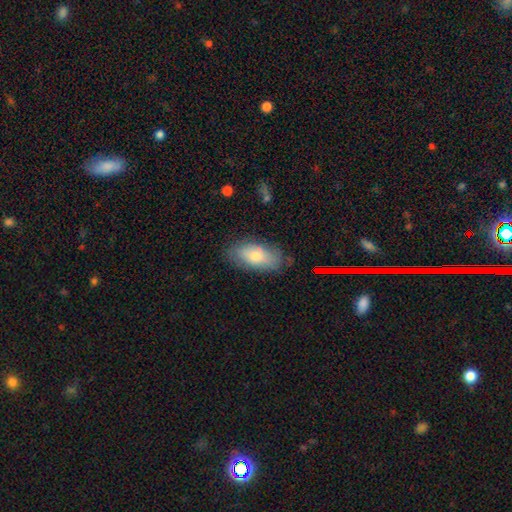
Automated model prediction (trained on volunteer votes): smooth_or_featured: smooth (p=0.72) [alt: featured or disk p=0.21]
how_rounded: in between (p=0.89) [alt: cigar-shaped p=0.08]
merging: none (p=0.76) [alt: minor disturbance p=0.18]